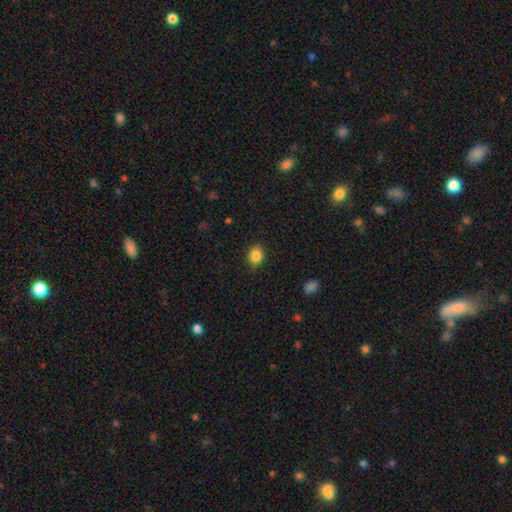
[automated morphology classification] This appears to be a smooth galaxy with no disk features (85%) that is in between round and cigar-shaped (55%). Merging: none (85%).